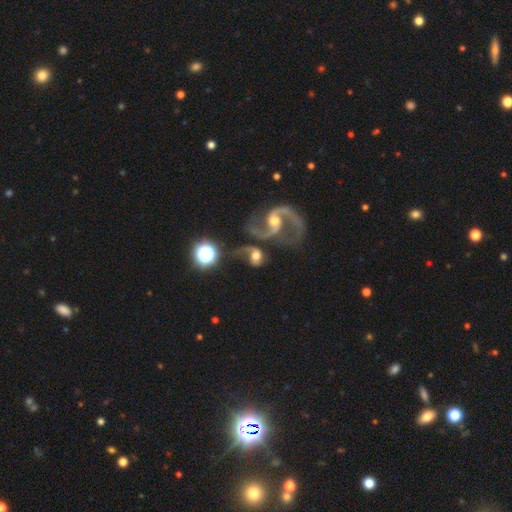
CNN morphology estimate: A featured or disk galaxy (65%) with no bar (51%), 2 (84%) loose (80%) spiral arms (89%) and a moderate central bulge (52%). Merging: merger (35%).